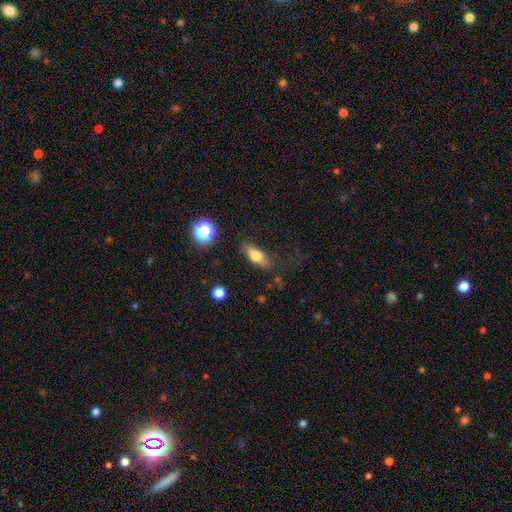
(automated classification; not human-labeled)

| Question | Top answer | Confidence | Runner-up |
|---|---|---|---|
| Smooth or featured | smooth | 68% | featured or disk (22%) |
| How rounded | in between | 69% | cigar-shaped (24%) |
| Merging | none | 71% | minor disturbance (19%) |